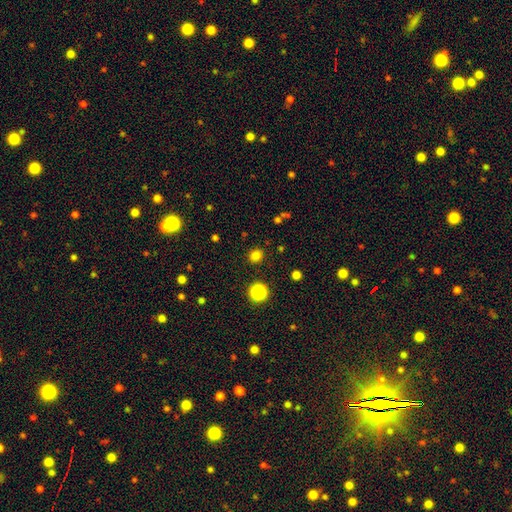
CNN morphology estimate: Q: Smooth or featured?
A: smooth (80%); runner-up: star or artifact (17%)
Q: How rounded?
A: round (83%); runner-up: in between (16%)
Q: Merging?
A: none (89%); runner-up: minor disturbance (6%)